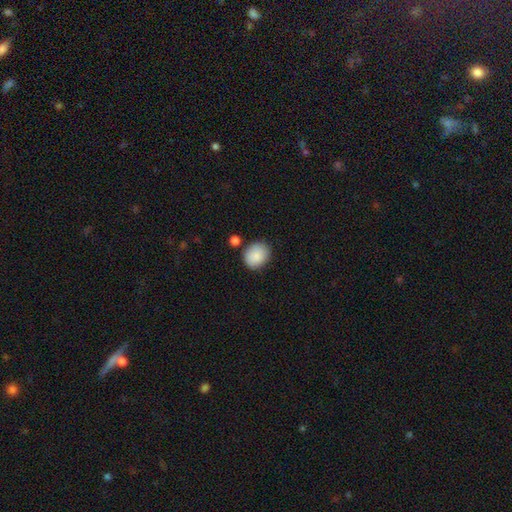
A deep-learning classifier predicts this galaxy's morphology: This is clearly a smooth galaxy (88%). How rounded: possibly round (56%). Merging: likely none (76%).